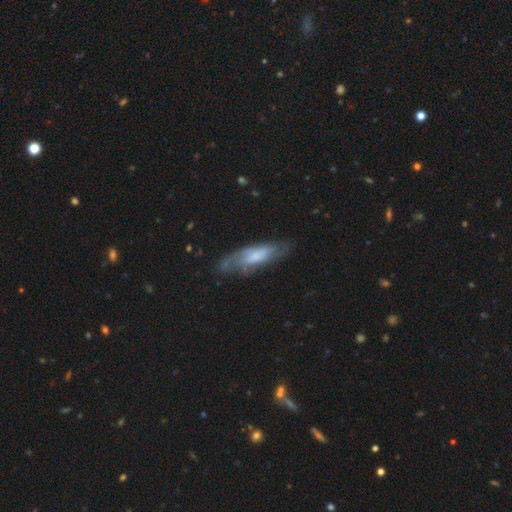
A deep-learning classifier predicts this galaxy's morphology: Q: Smooth or featured?
A: featured or disk (51%); runner-up: smooth (43%)
Q: Edge-on disk?
A: no (72%); runner-up: yes (28%)
Q: Merging?
A: none (61%); runner-up: minor disturbance (26%)